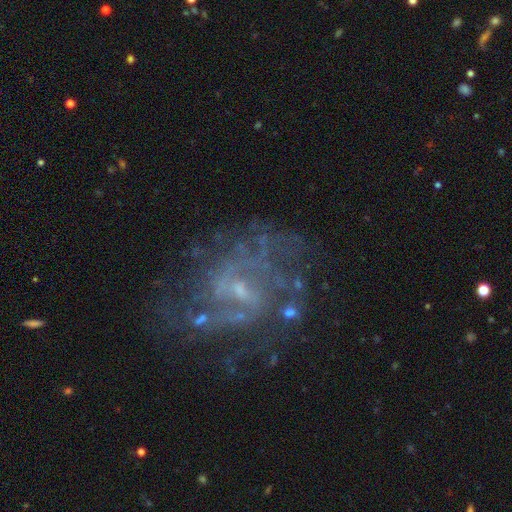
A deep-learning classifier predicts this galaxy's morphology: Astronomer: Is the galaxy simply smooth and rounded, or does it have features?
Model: featured or disk — 79%.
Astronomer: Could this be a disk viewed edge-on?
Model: no — 98%.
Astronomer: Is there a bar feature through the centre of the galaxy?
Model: weak — 50% (runner-up: no, 39%).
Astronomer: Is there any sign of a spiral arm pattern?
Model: yes — 72%.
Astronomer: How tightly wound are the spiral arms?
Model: medium — 43% (runner-up: loose, 32%).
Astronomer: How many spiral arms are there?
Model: can't tell — 40% (runner-up: 2, 35%).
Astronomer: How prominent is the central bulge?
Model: small — 65%.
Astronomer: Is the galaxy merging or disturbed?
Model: none — 57%.